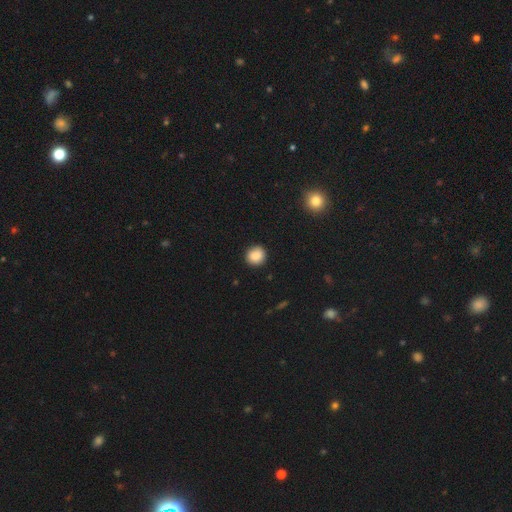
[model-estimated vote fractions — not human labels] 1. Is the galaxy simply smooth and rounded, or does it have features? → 87% smooth, 9% star or artifact, 4% featured or disk.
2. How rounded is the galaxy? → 91% round, 8% in between, 1% cigar-shaped.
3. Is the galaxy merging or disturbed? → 91% none, 6% minor disturbance, 2% major disturbance, 1% merger.